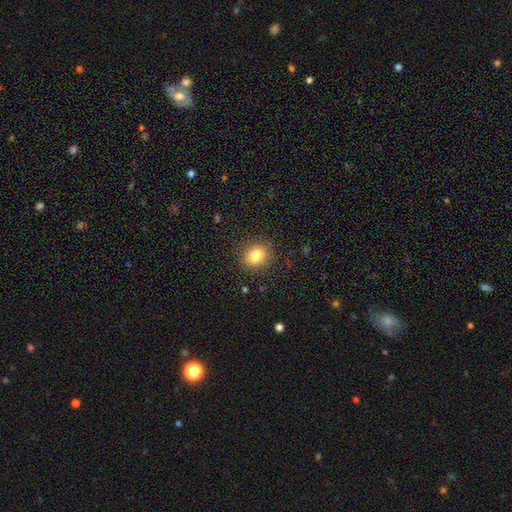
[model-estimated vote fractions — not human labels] A smooth galaxy with no disk features (81%) that is round (78%). Merging: none (88%).